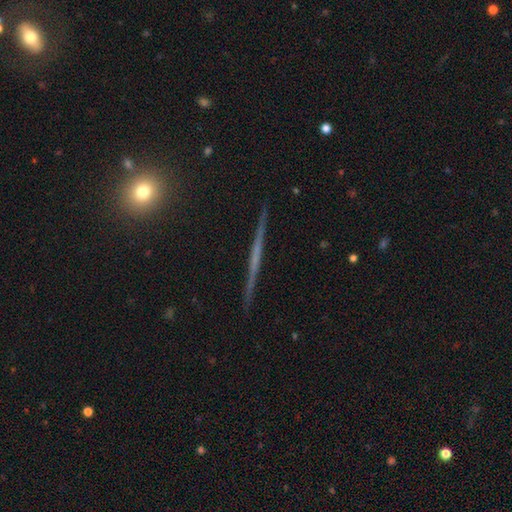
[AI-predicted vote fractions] The model was most divided on "smooth or featured": featured or disk: 71%, smooth: 21%, star or artifact: 8%. More confident: edge-on disk — yes (98%); merging — none (92%); edge-on bulge — none (81%).